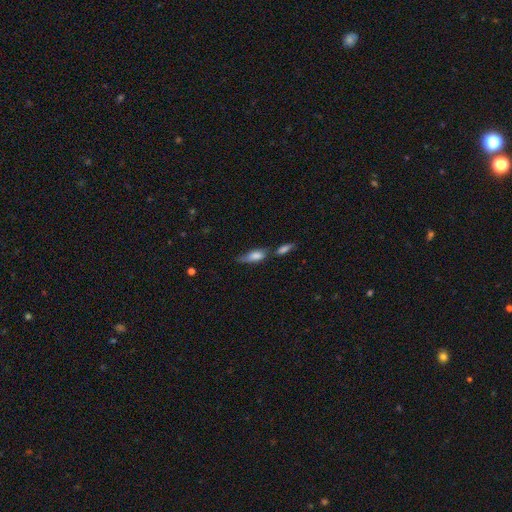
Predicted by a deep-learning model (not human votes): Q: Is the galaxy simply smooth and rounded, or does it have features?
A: smooth — 71%.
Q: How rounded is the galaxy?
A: in between — 68%.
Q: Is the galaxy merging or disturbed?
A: merger — 36%.